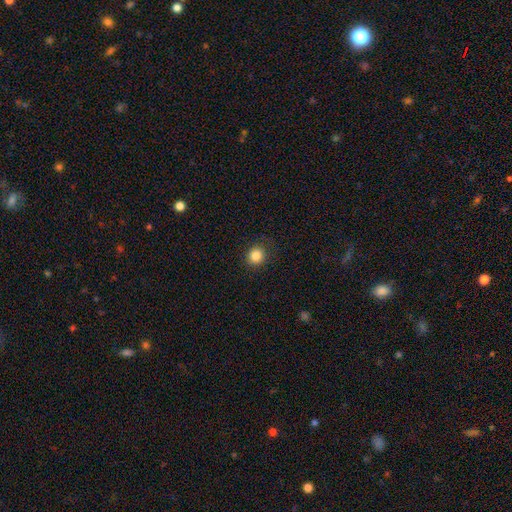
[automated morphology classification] Smooth or featured? Predicted: smooth (p=0.85). How rounded? Predicted: round (p=0.86). Merging? Predicted: none (p=0.85).